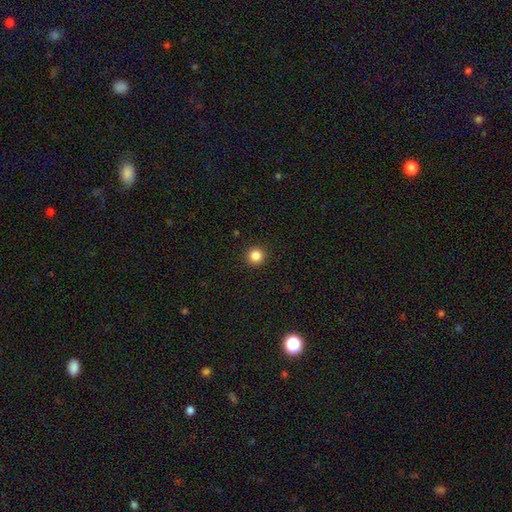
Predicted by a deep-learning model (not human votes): A smooth galaxy with no disk features (85%) that is round (95%).

Vote fractions:
- Smooth or featured? smooth: 85% / star or artifact: 11% / featured or disk: 3%
- How rounded? round: 95% / in between: 4% / cigar-shaped: 1%
- Merging? none: 93% / minor disturbance: 5% / major disturbance: 2% / merger: 1%